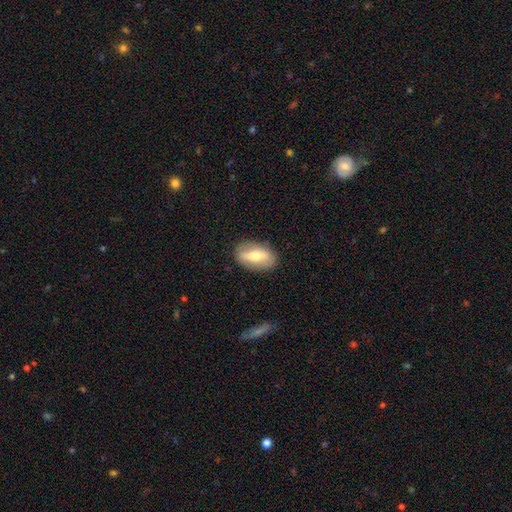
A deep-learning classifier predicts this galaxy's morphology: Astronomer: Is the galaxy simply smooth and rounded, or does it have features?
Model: featured or disk — 47% (runner-up: smooth, 46%).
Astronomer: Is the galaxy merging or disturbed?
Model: none — 84%.